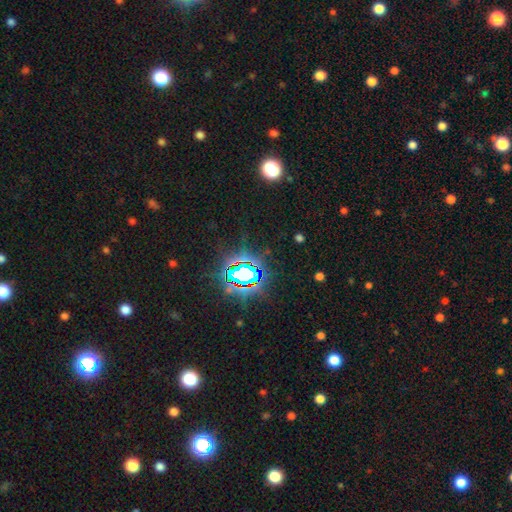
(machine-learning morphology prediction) This appears to be a star or artifact, not a galaxy (82%).